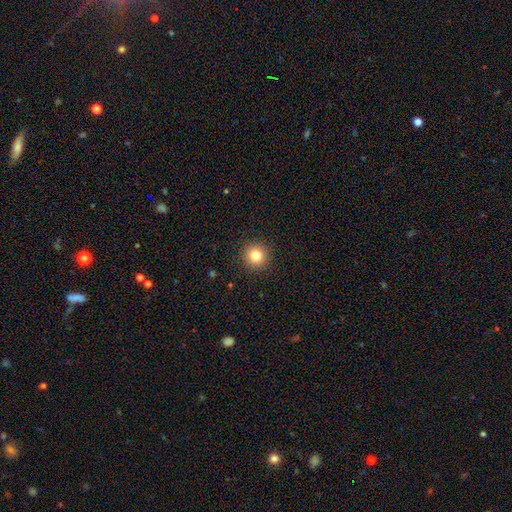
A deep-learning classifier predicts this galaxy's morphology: smooth-or-featured: smooth: 81% | star or artifact: 12% | featured or disk: 7%
  how-rounded: round: 95% | in between: 4% | cigar-shaped: 1%
  merging: none: 92% | minor disturbance: 5% | major disturbance: 2% | merger: 1%